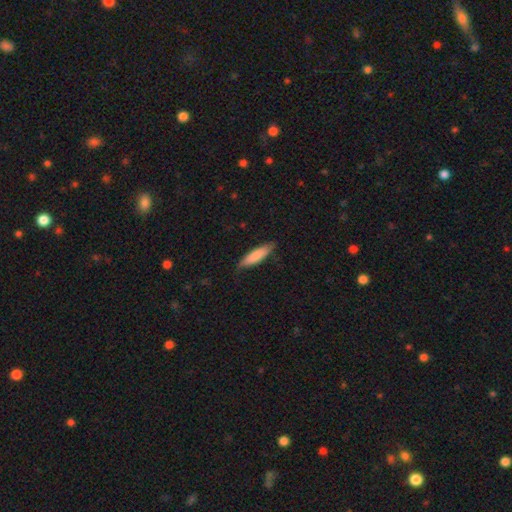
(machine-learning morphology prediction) smooth_or_featured: smooth (p=0.81) [alt: featured or disk p=0.13]
how_rounded: cigar-shaped (p=0.66) [alt: in between p=0.32]
merging: none (p=0.80) [alt: minor disturbance p=0.17]